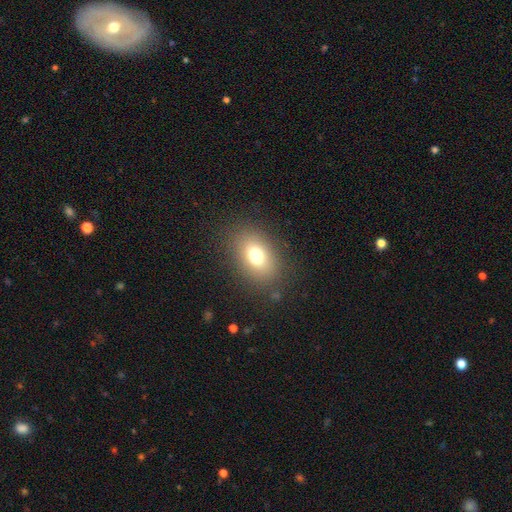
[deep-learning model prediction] Q: Smooth or featured?
A: smooth (74%); runner-up: featured or disk (13%)
Q: How rounded?
A: in between (76%); runner-up: round (23%)
Q: Merging?
A: none (84%); runner-up: minor disturbance (10%)